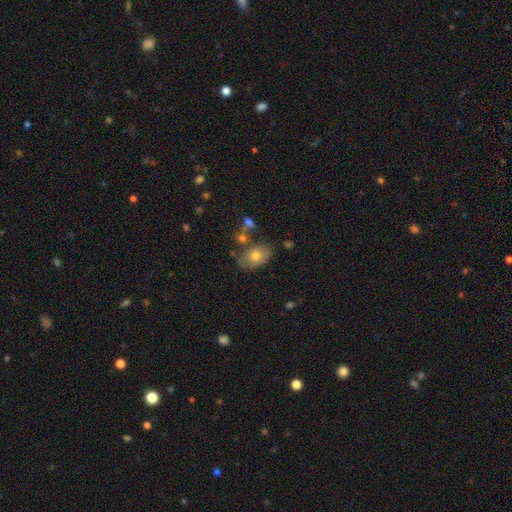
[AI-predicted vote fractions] Morphology: type=smooth (68%); roundness=in between (78%); merging=none (61%).